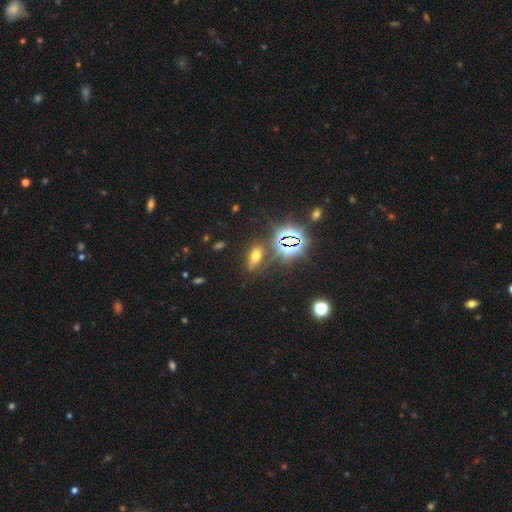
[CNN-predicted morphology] Smooth or featured? Predicted: star or artifact (p=0.44, tied with smooth).